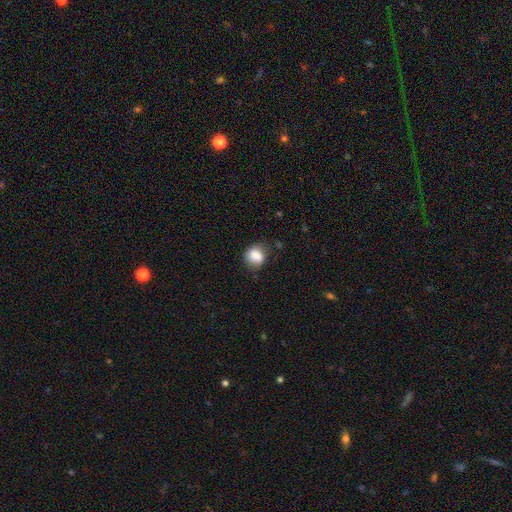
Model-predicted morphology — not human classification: A smooth galaxy with no disk features (84%) that is round (65%). Merging: none (65%).